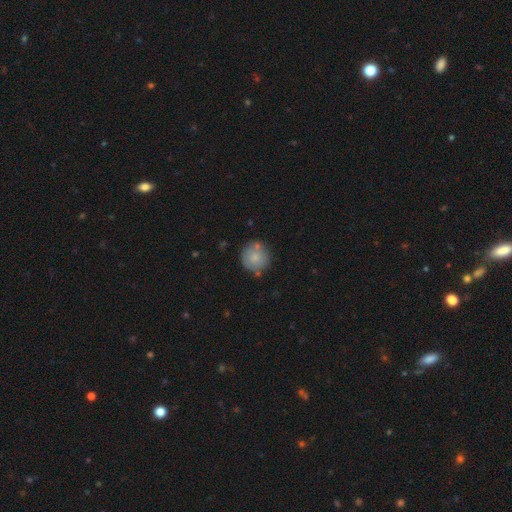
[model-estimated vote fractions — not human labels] smooth-or-featured: smooth: 78% | featured or disk: 15% | star or artifact: 7%
  how-rounded: round: 93% | in between: 6% | cigar-shaped: 1%
  merging: none: 73% | minor disturbance: 14% | merger: 10% | major disturbance: 4%